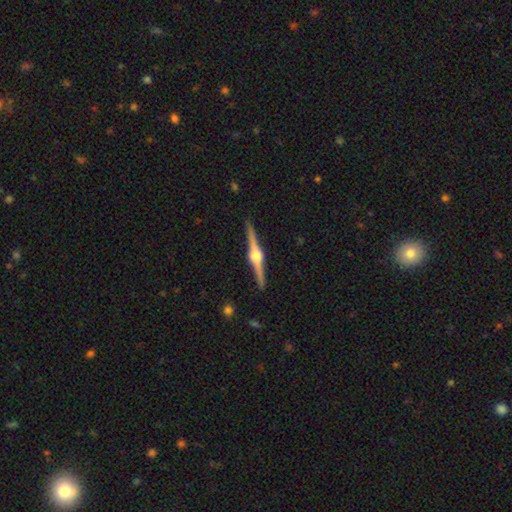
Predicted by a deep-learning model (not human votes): This is clearly a featured or disk galaxy (88%). It is clearly viewed edge-on (99%). Edge-on bulge: clearly rounded (95%). Merging: clearly none (91%).